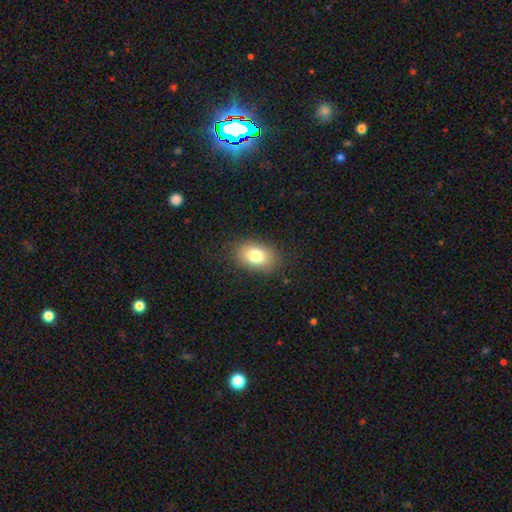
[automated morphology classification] Overall: smooth (80%). How rounded: in between (82%). Merging: none (85%).